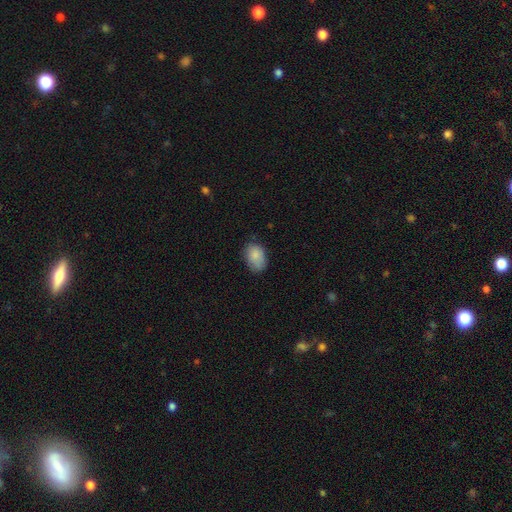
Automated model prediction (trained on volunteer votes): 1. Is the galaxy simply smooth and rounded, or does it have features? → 84% smooth, 8% star or artifact, 8% featured or disk.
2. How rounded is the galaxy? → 82% in between, 17% round, 1% cigar-shaped.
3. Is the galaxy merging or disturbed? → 65% none, 27% minor disturbance, 6% major disturbance, 2% merger.